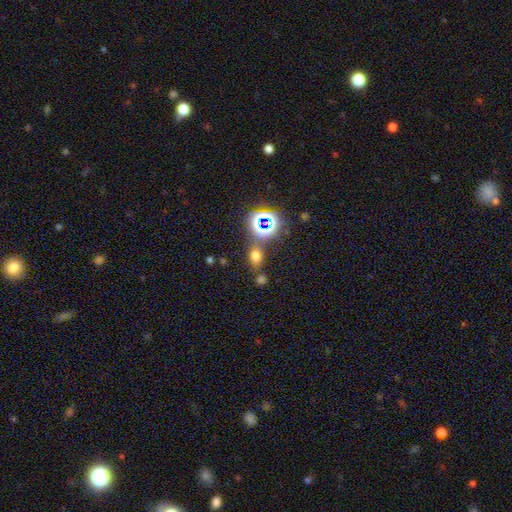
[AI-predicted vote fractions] A smooth galaxy with no disk features (60%) that is in between round and cigar-shaped (64%). Merging: none (71%).